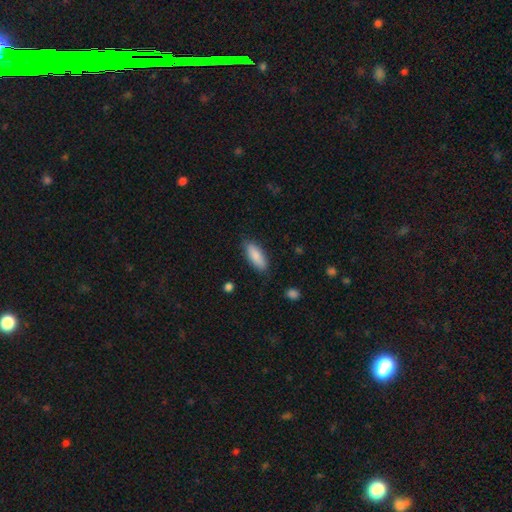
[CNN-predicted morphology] Smooth or featured?
  - smooth: 86% *
  - featured or disk: 8%
  - star or artifact: 6%
How rounded?
  - in between: 72% *
  - cigar-shaped: 26%
  - round: 2%
Merging?
  - none: 83% *
  - minor disturbance: 13%
  - major disturbance: 3%
  - merger: 1%